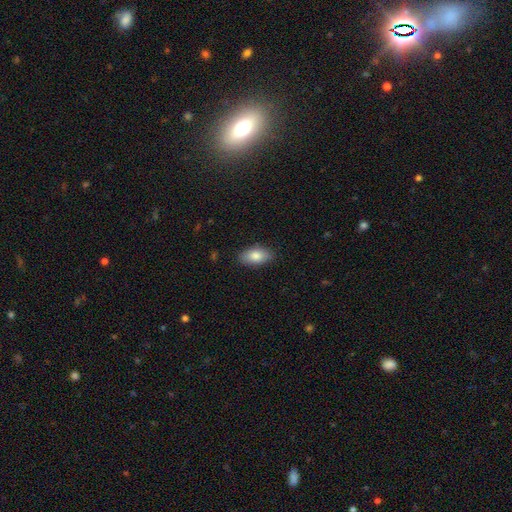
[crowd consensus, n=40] This is clearly a smooth galaxy (80%). How rounded: clearly in between (84%). Merging: clearly none (83%).